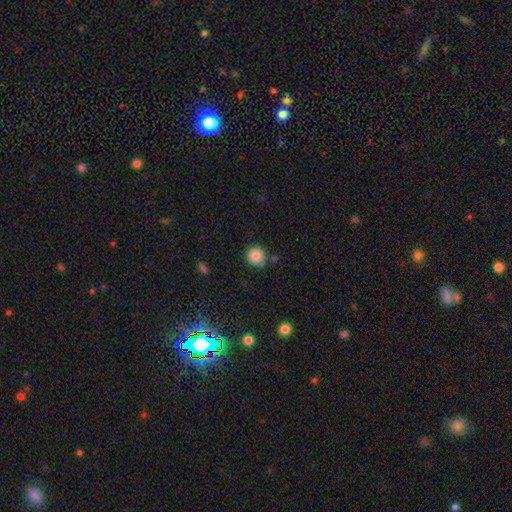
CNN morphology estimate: This is clearly a smooth galaxy (86%). How rounded: clearly round (94%). Merging: likely none (77%).